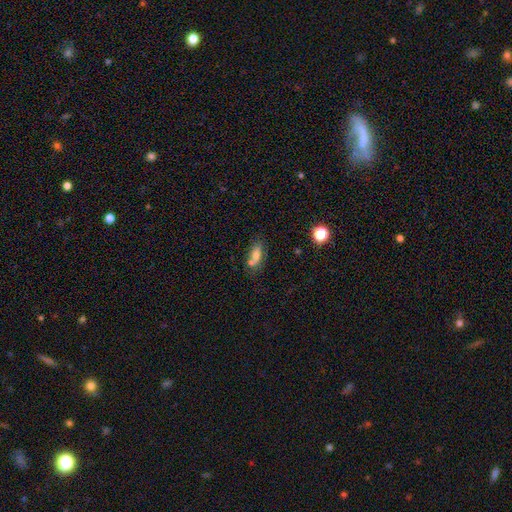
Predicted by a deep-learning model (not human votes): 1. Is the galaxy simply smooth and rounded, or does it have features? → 61% smooth, 23% featured or disk, 16% star or artifact.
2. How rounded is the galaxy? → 73% in between, 18% cigar-shaped, 9% round.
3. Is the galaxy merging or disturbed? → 54% none, 22% merger, 17% minor disturbance, 7% major disturbance.